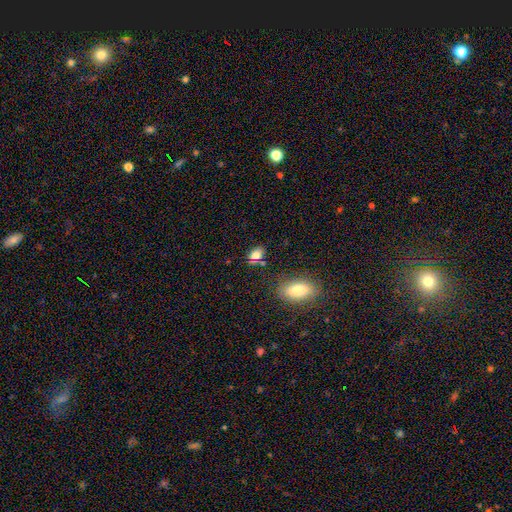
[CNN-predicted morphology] A smooth galaxy with no disk features (79%) that is in between round and cigar-shaped (77%). Merging: none (74%).